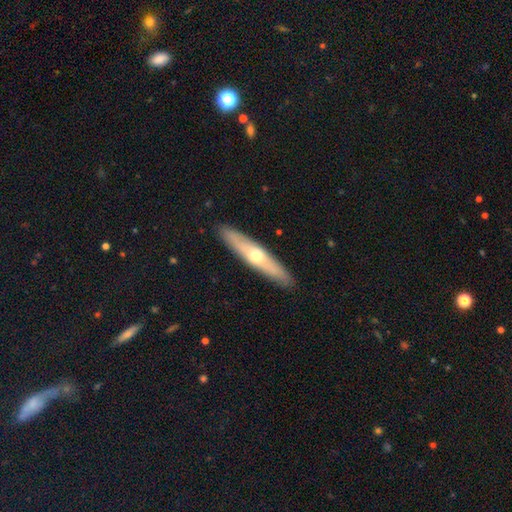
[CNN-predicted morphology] Smooth or featured: featured or disk — 53% (smooth — 42%)
Edge-on disk: yes — 79% (no — 21%)
Merging: none — 90% (minor disturbance — 7%)